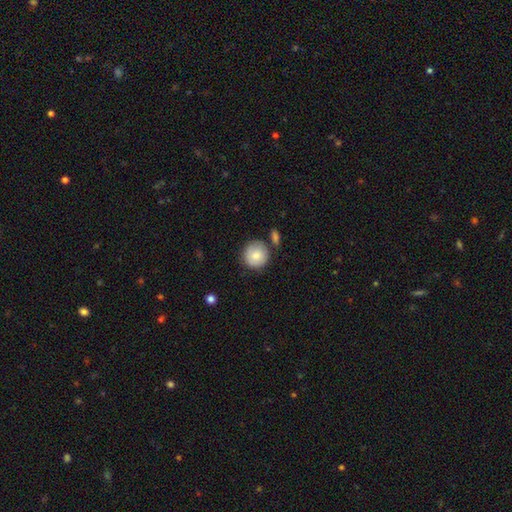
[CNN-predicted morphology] type=smooth (84%); roundness=round (93%); merging=none (74%).